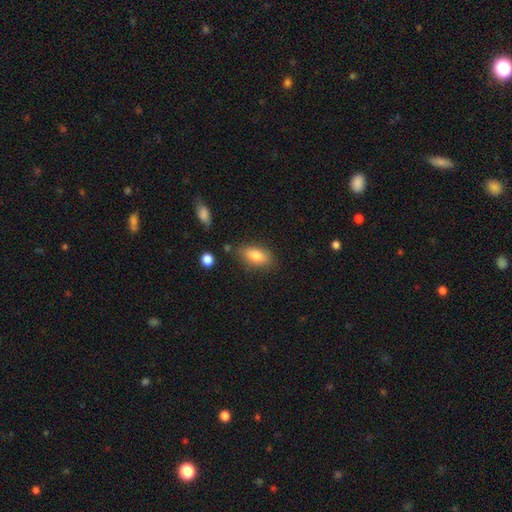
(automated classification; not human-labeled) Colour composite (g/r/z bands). It shows a smooth galaxy with no disk features (79%) that is in between round and cigar-shaped (85%). Merging: none (79%).